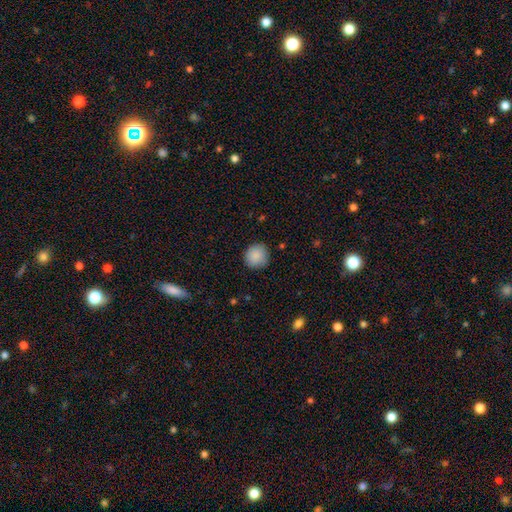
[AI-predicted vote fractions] A smooth galaxy with no disk features (89%) that is round (91%).

Vote fractions:
- Smooth or featured? smooth: 89% / star or artifact: 8% / featured or disk: 4%
- How rounded? round: 91% / in between: 8% / cigar-shaped: 1%
- Merging? none: 87% / minor disturbance: 9% / major disturbance: 2% / merger: 1%